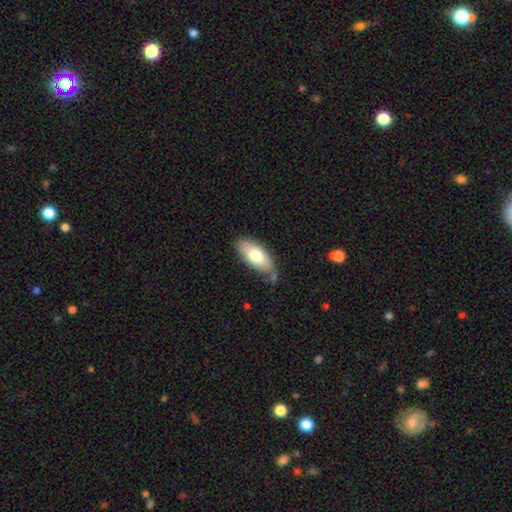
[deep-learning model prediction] smooth 73%, featured or disk 21%, star or artifact 6%. Down the decision tree: how rounded — in between (87%); merging — none (69%).